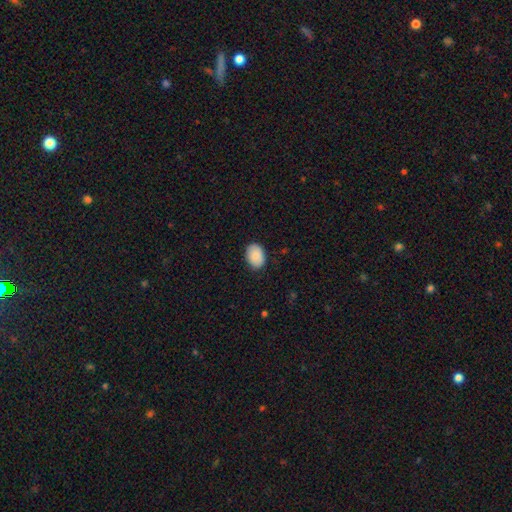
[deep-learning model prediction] This is clearly a smooth galaxy (88%). How rounded: likely in between (79%). Merging: clearly none (86%).